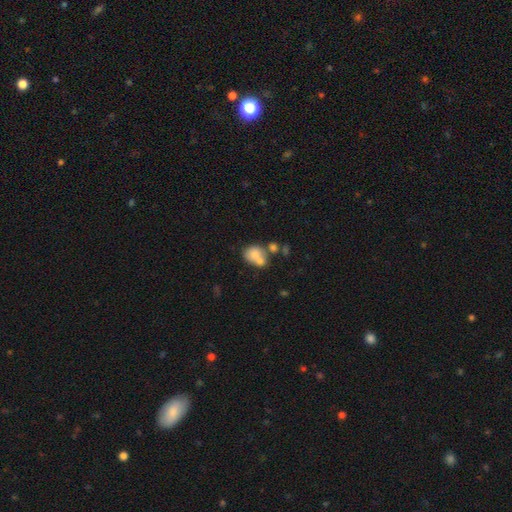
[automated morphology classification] The model was most divided on "how rounded": round: 55%, in between: 44%, cigar-shaped: 1%. Remaining: smooth or featured — smooth (73%); merging — merger (49%).